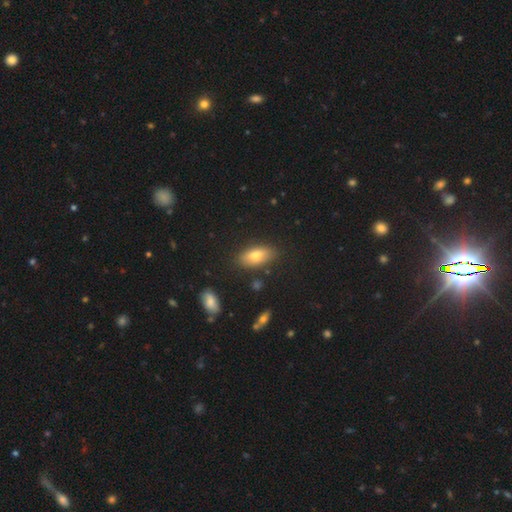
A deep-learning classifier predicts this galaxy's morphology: Smooth or featured?
  - smooth: 75% *
  - featured or disk: 17%
  - star or artifact: 8%
How rounded?
  - in between: 87% *
  - cigar-shaped: 9%
  - round: 4%
Merging?
  - none: 84% *
  - minor disturbance: 11%
  - major disturbance: 3%
  - merger: 3%